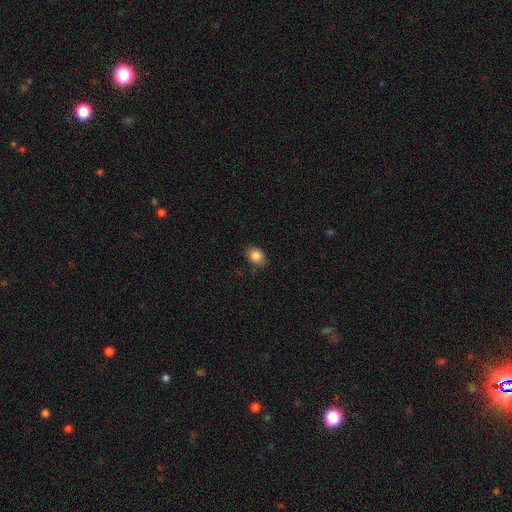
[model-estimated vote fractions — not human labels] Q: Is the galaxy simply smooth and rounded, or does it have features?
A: smooth — 85%.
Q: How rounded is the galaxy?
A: in between — 71%.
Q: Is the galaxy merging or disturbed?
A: none — 80%.